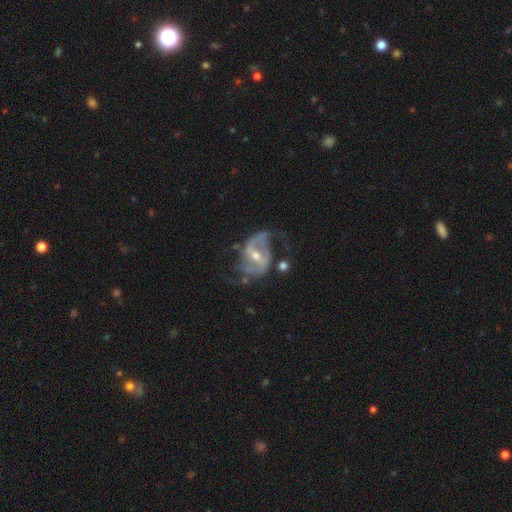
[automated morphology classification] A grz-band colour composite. It shows a featured or disk galaxy (88%) with a strong bar (46%), 2 (88%) loose (51%) spiral arms (93%) and a moderate central bulge (49%). Merging: none (56%).